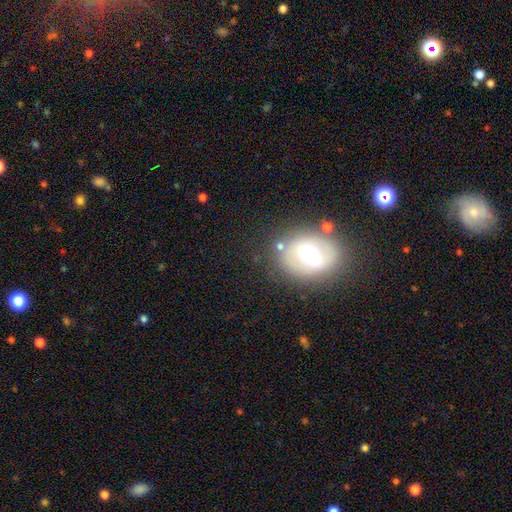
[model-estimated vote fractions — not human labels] This appears to be a featured or disk galaxy (50%). Merging: none (74%).